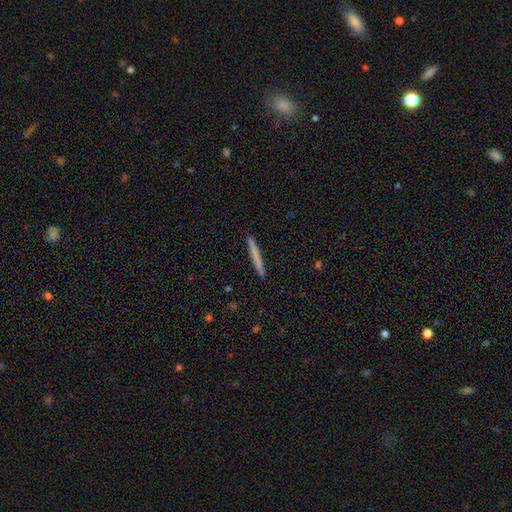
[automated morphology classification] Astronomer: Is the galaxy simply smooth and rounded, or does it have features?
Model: smooth — 67%.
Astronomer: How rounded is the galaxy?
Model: cigar-shaped — 97%.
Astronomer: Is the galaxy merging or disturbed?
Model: none — 93%.